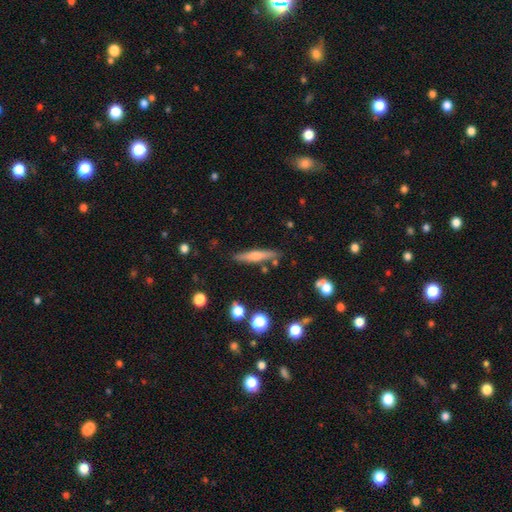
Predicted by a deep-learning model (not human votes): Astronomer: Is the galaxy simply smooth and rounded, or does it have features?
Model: smooth — 54% (runner-up: featured or disk, 39%).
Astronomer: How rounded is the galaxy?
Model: cigar-shaped — 88%.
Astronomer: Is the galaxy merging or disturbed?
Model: none — 84%.